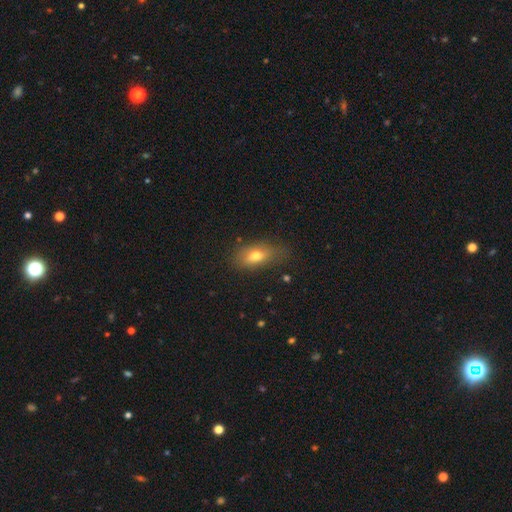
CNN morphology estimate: The model was most divided on "merging": none: 64%, minor disturbance: 24%, major disturbance: 9%, merger: 2%. More confident: how rounded — in between (82%); smooth or featured — smooth (73%).